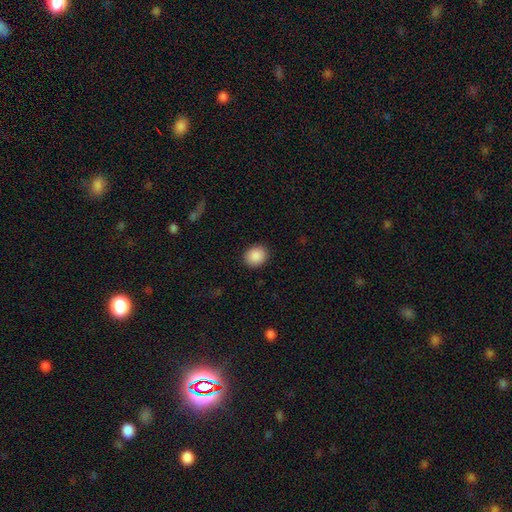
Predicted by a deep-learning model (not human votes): Smooth or featured?
  - smooth: 89% *
  - star or artifact: 8%
  - featured or disk: 3%
How rounded?
  - round: 68% *
  - in between: 31%
  - cigar-shaped: 1%
Merging?
  - none: 90% *
  - minor disturbance: 7%
  - major disturbance: 2%
  - merger: 1%